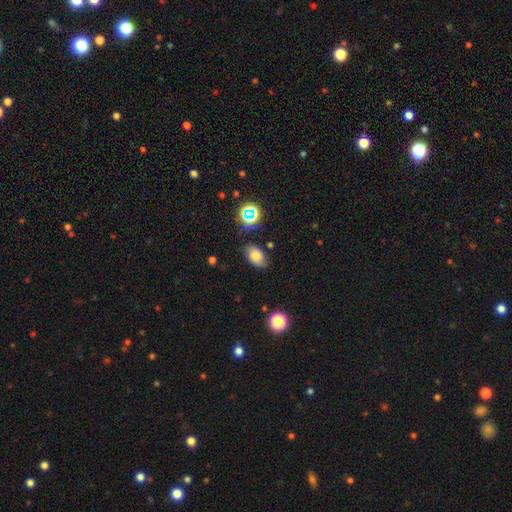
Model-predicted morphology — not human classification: Smooth or featured? smooth (70%)
How rounded? in between (87%)
Merging? none (77%)